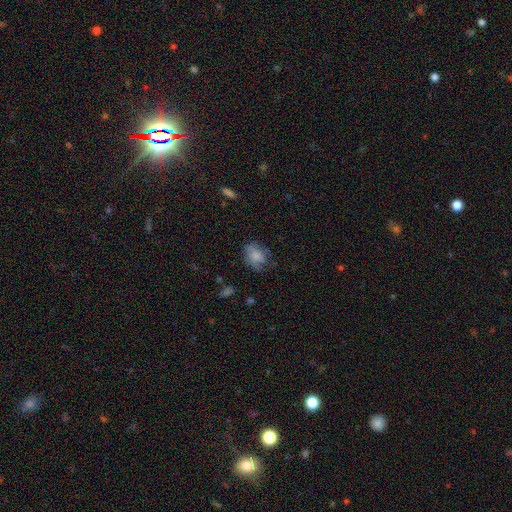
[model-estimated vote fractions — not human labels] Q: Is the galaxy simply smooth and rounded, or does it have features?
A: smooth — 70%.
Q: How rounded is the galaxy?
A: in between — 63%.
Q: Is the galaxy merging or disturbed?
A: none — 55%.